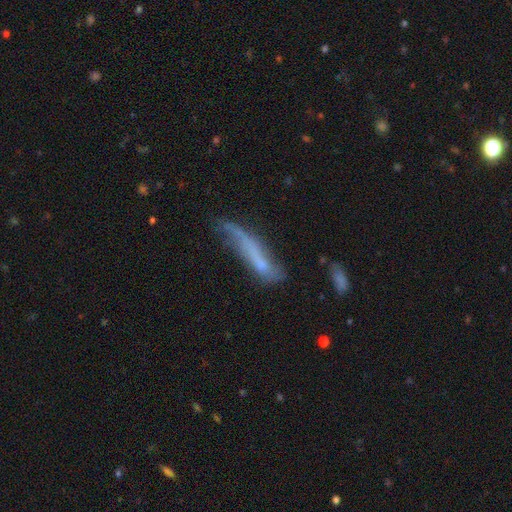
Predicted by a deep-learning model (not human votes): Q: Smooth or featured?
A: smooth (47%); runner-up: featured or disk (43%)
Q: Merging?
A: none (35%); runner-up: minor disturbance (30%)